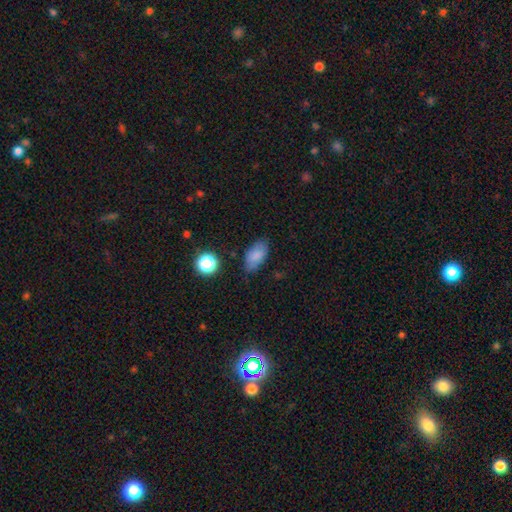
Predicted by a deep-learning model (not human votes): Morphology: type=smooth (81%); roundness=in between (90%); merging=none (71%).